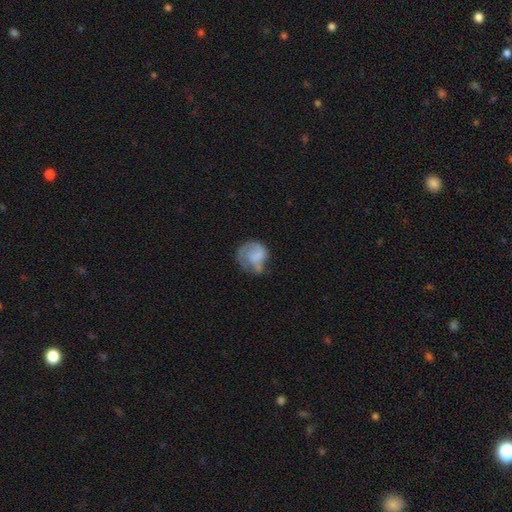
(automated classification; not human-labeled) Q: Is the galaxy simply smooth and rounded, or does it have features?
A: smooth — 63%.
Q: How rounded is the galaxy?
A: round — 72%.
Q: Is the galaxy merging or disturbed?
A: none — 33%.